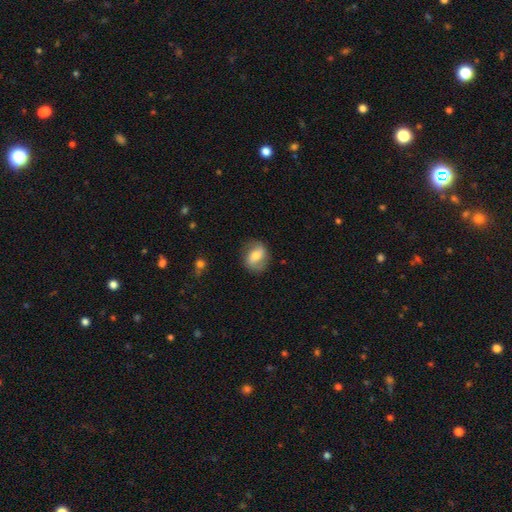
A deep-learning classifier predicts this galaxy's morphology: smooth_or_featured: smooth (p=0.47) [alt: featured or disk p=0.45]
merging: none (p=0.78) [alt: minor disturbance p=0.16]